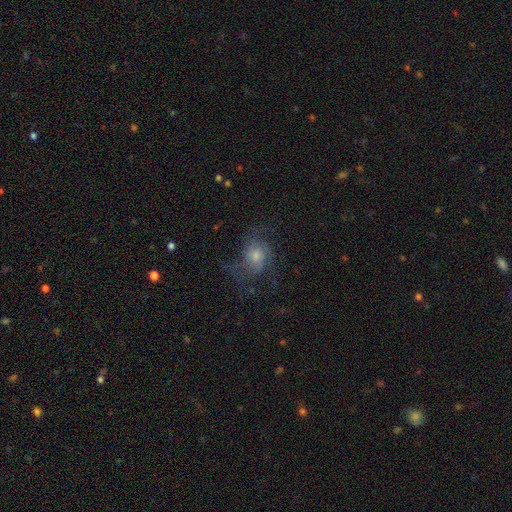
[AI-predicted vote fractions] Smooth or featured?
  - featured or disk: 59% *
  - smooth: 26%
  - star or artifact: 14%
Edge-on disk?
  - no: 96% *
  - yes: 4%
Bar?
  - no: 76% *
  - weak: 21%
  - strong: 3%
Spiral arms?
  - yes: 82% *
  - no: 18%
Bulge size?
  - moderate: 44% *
  - small: 41%
  - large: 8%
  - none: 5%
  - dominant: 2%
Merging?
  - none: 54% *
  - major disturbance: 25%
  - minor disturbance: 20%
  - merger: 1%